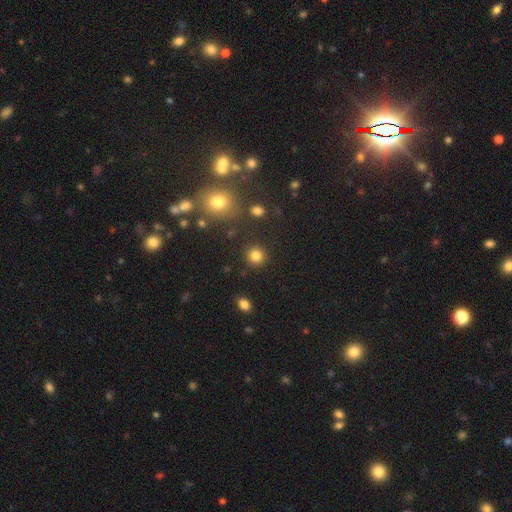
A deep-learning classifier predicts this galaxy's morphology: Smooth or featured: smooth — 83% (star or artifact — 12%)
How rounded: round — 91% (in between — 8%)
Merging: none — 89% (minor disturbance — 6%)